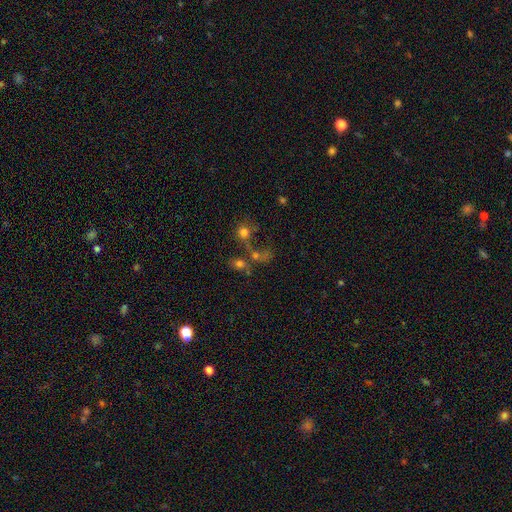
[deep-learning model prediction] Smooth or featured? smooth (44%)
Merging? merger (47%)